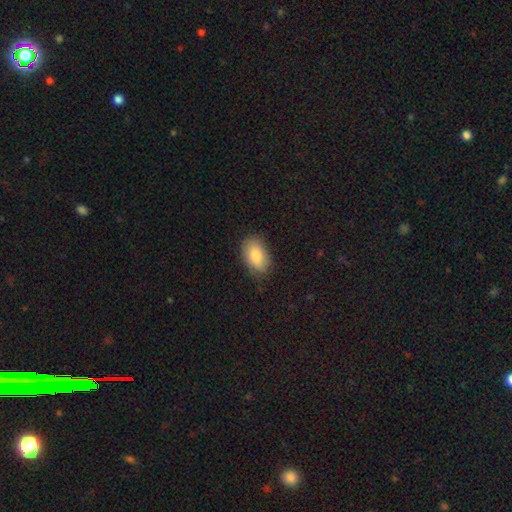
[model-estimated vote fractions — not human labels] Overall: smooth (85%). How rounded: in between (91%). Merging: none (82%).